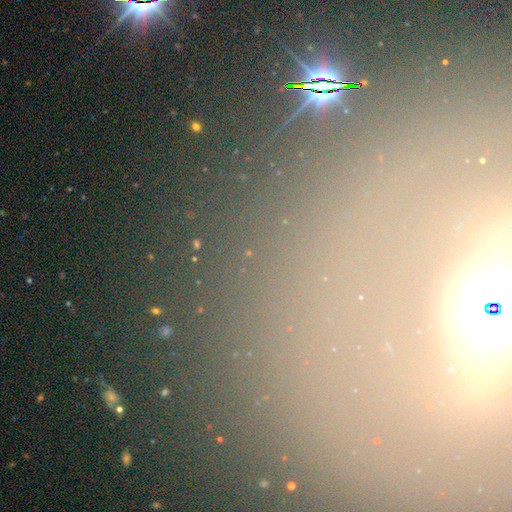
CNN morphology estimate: smooth-or-featured: star or artifact: 66% | smooth: 18% | featured or disk: 17%